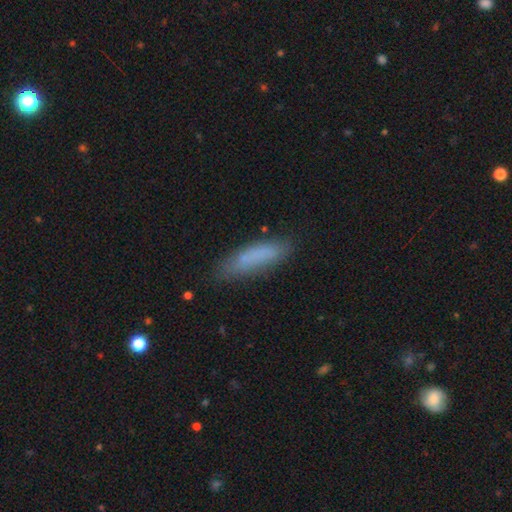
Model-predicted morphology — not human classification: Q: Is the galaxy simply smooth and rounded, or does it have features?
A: smooth — 77%.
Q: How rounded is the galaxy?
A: cigar-shaped — 67%.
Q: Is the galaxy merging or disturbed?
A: none — 75%.